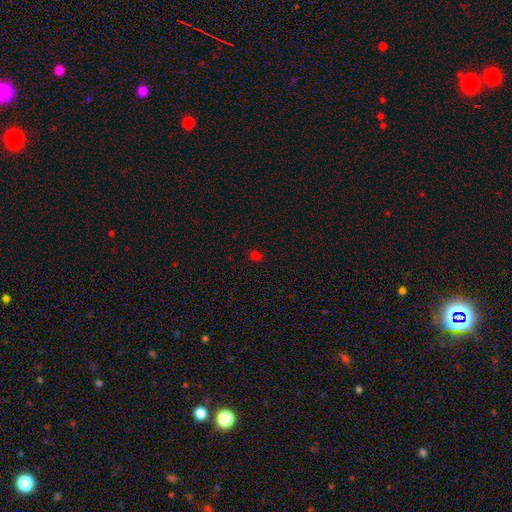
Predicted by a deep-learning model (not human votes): Smooth or featured?
  - smooth: 71% *
  - star or artifact: 25%
  - featured or disk: 4%
How rounded?
  - round: 72% *
  - in between: 26%
  - cigar-shaped: 1%
Merging?
  - none: 88% *
  - minor disturbance: 8%
  - major disturbance: 2%
  - merger: 2%